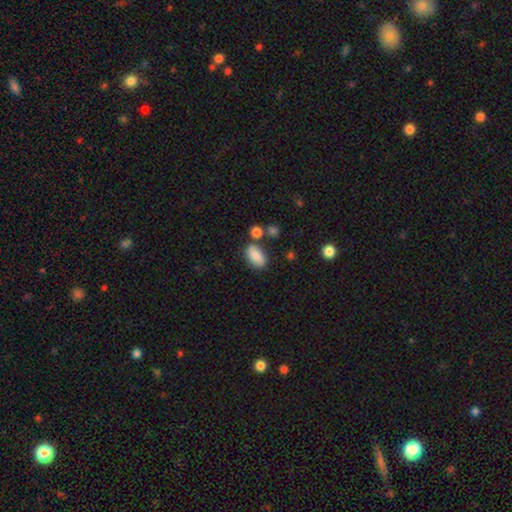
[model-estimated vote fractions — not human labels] Morphology: type=smooth (82%); roundness=in between (90%); merging=none (73%).